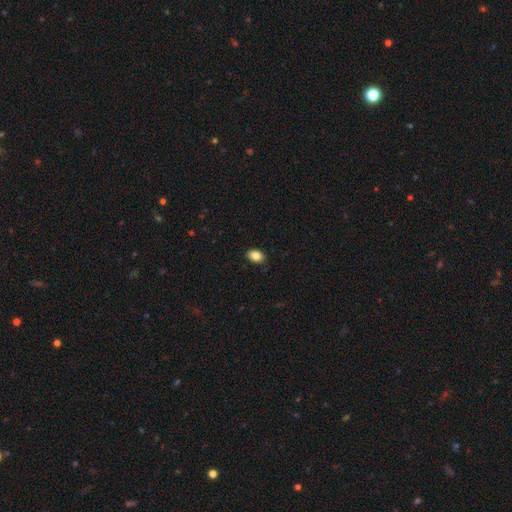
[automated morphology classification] type=smooth (86%); roundness=in between (78%); merging=none (87%).